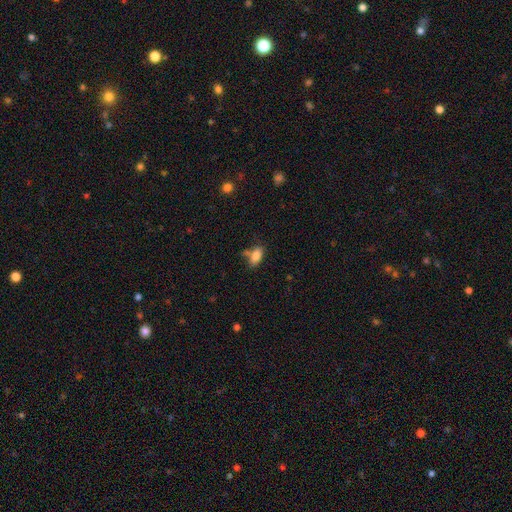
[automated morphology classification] Overall: smooth (83%). How rounded: in between (89%). Merging: none (60%).